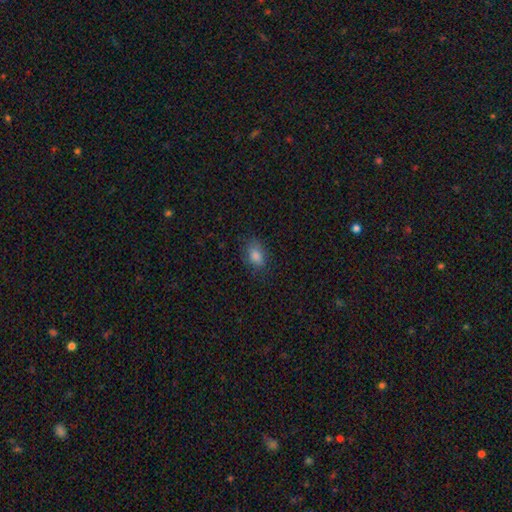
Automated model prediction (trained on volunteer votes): This appears to be a smooth galaxy with no disk features (83%) that is in between round and cigar-shaped (83%). Merging: none (78%).